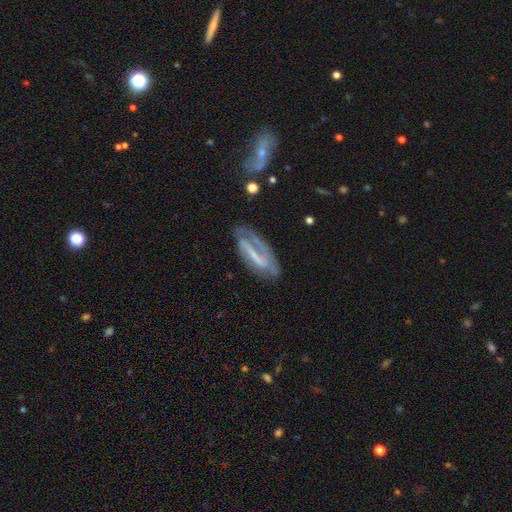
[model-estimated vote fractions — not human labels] smooth-or-featured: featured or disk: 71% | smooth: 21% | star or artifact: 8%
  disk-edge-on: no: 84% | yes: 16%
    bar: strong: 61% | weak: 24% | no: 15%
    has-spiral-arms: yes: 76% | no: 24%
    bulge-size: none: 47% | small: 31% | moderate: 16% | large: 4% | dominant: 2%
  merging: none: 56% | minor disturbance: 23% | major disturbance: 17% | merger: 4%